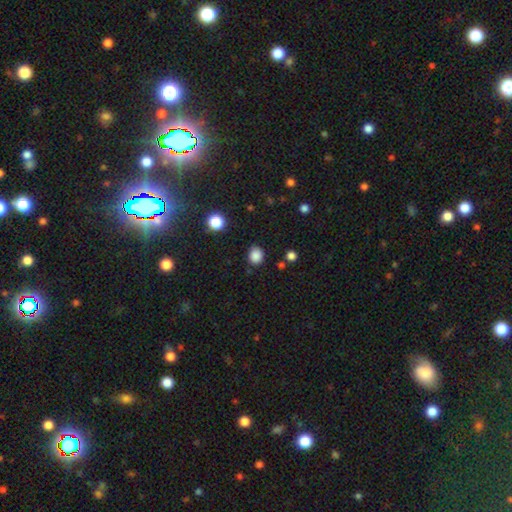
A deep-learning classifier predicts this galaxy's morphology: Smooth or featured? Predicted: smooth (p=0.85). How rounded? Predicted: round (p=0.73). Merging? Predicted: none (p=0.82).